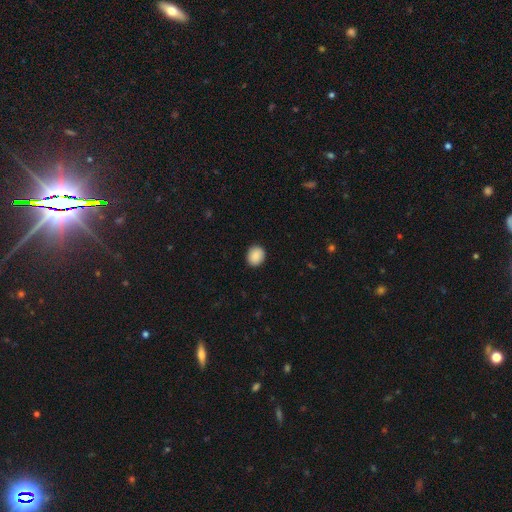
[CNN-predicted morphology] Smooth or featured?
  - smooth: 90% *
  - star or artifact: 8%
  - featured or disk: 3%
How rounded?
  - round: 68% *
  - in between: 31%
  - cigar-shaped: 1%
Merging?
  - none: 91% *
  - minor disturbance: 7%
  - major disturbance: 2%
  - merger: 1%